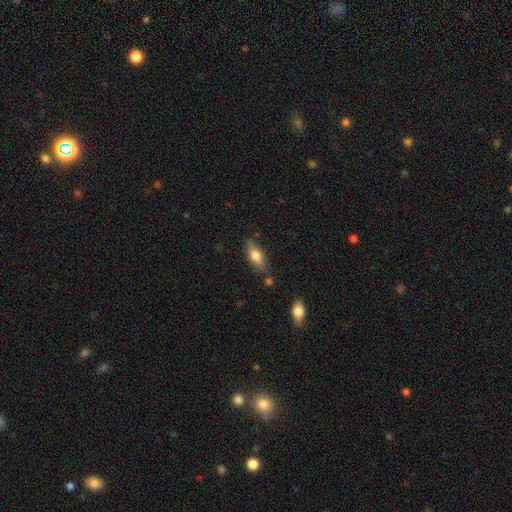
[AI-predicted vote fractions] Overall: smooth (67%). How rounded: in between (74%). Merging: none (75%).